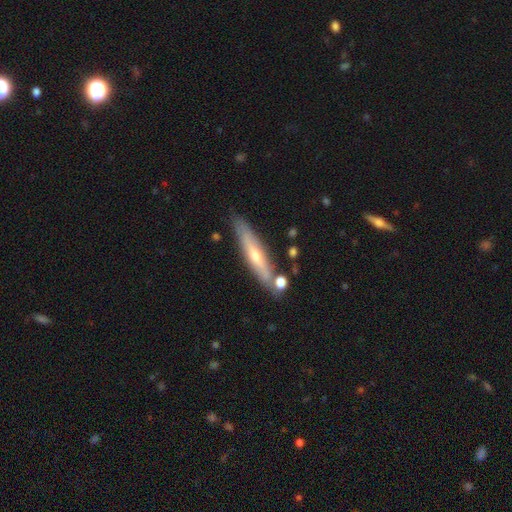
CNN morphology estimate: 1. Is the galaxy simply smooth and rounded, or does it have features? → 54% featured or disk, 40% smooth, 7% star or artifact.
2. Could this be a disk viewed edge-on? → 79% yes, 21% no.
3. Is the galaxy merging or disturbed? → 78% none, 12% minor disturbance, 7% merger, 3% major disturbance.